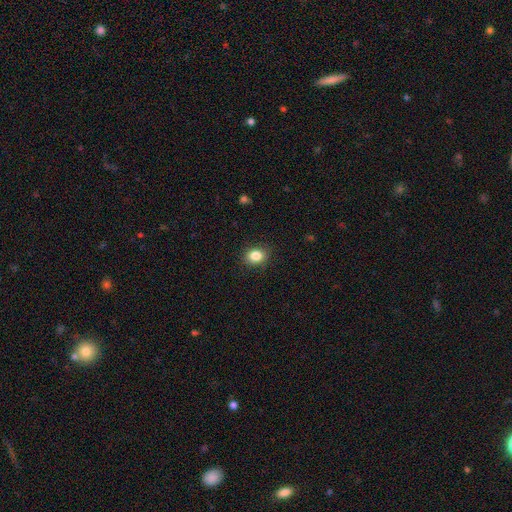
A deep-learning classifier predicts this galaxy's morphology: Overall: smooth (85%). How rounded: in between (51%; round 48%). Merging: none (88%).